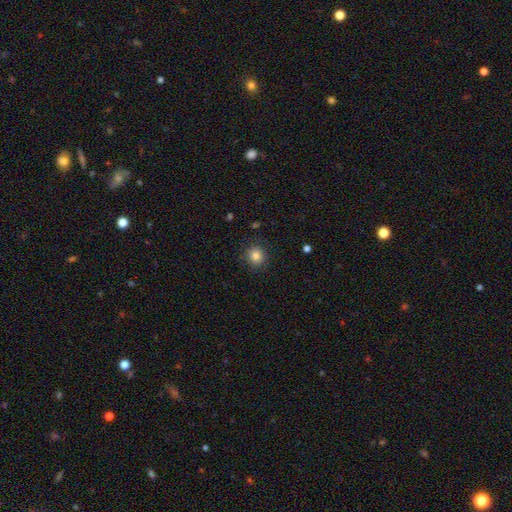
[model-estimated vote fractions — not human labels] Q: Smooth or featured?
A: smooth (83%); runner-up: star or artifact (11%)
Q: How rounded?
A: round (88%); runner-up: in between (11%)
Q: Merging?
A: none (88%); runner-up: minor disturbance (8%)